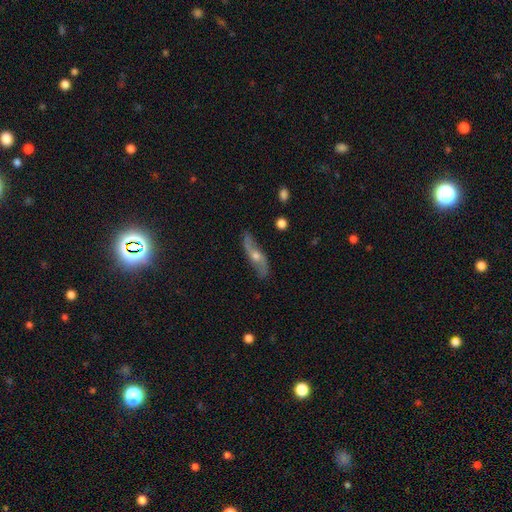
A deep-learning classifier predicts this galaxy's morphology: type=featured or disk (75%); edge-on=no (69%); bar=no (66%); spiral arms=yes (88%); bulge=moderate (66%); merging=none (81%).